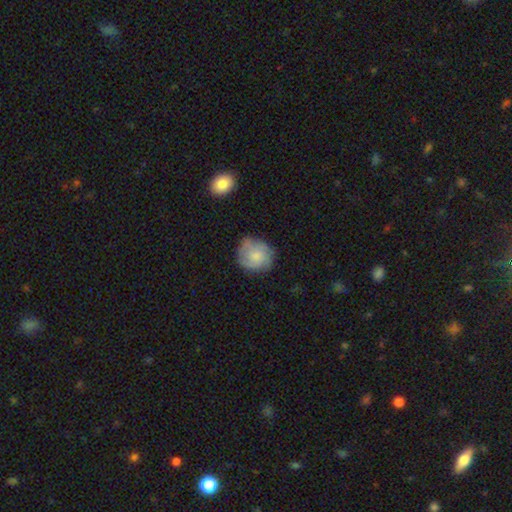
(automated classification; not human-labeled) This appears to be a smooth galaxy with no disk features (52%) that is round (84%). Merging: none (70%).